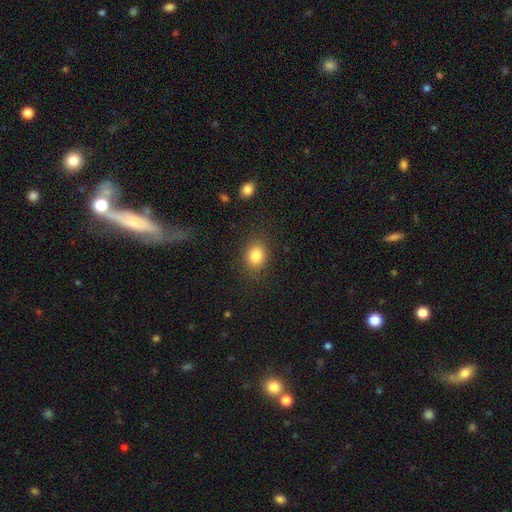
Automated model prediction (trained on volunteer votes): Morphology: type=smooth (83%); roundness=round (56%); merging=none (84%).